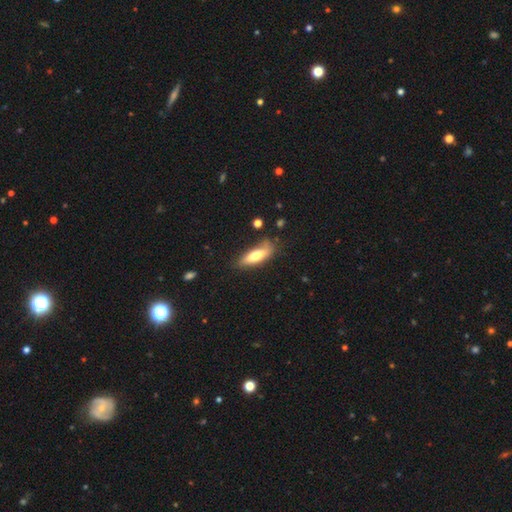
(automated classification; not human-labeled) smooth-or-featured: smooth: 70% | featured or disk: 23% | star or artifact: 7%
  how-rounded: in between: 52% | cigar-shaped: 46% | round: 2%
  merging: none: 68% | minor disturbance: 22% | major disturbance: 7% | merger: 3%